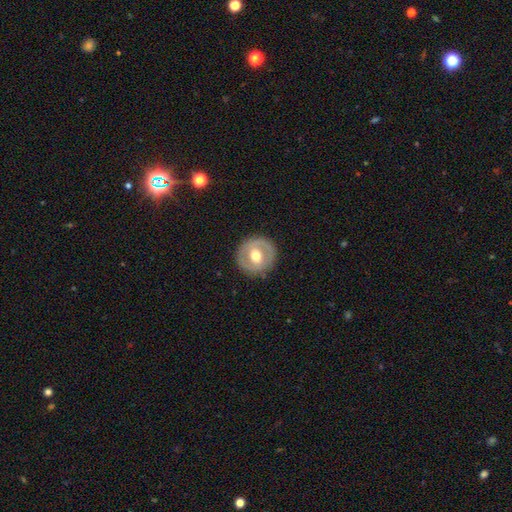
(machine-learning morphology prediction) The model was most divided on "bar": no: 45%, weak: 39%, strong: 16%. More confident: edge-on disk — no (96%); merging — none (88%); bulge size — moderate (78%); spiral arms — no (62%); smooth or featured — featured or disk (55%).